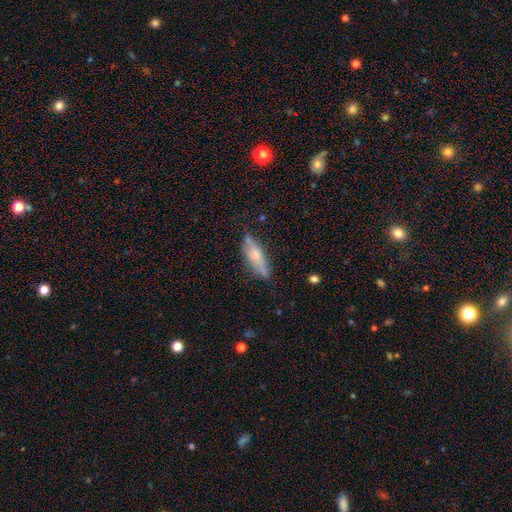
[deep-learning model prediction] The model was most divided on "how rounded": cigar-shaped: 53%, in between: 45%, round: 2%. More confident: merging — none (70%); smooth or featured — smooth (62%).